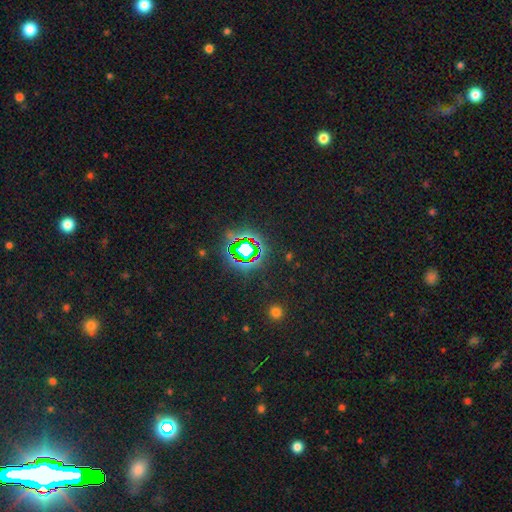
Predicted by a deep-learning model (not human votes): Morphology: type=star or artifact (75%).